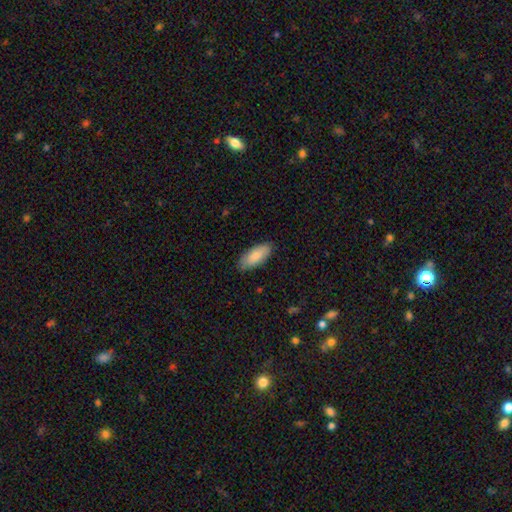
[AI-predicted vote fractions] Smooth or featured: smooth — 85% (featured or disk — 10%)
How rounded: in between — 84% (cigar-shaped — 14%)
Merging: none — 86% (minor disturbance — 11%)